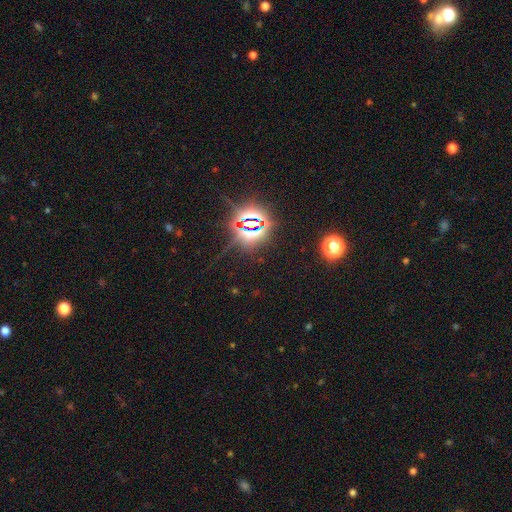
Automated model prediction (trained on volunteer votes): This is clearly a star or artifact rather than a galaxy (83%).